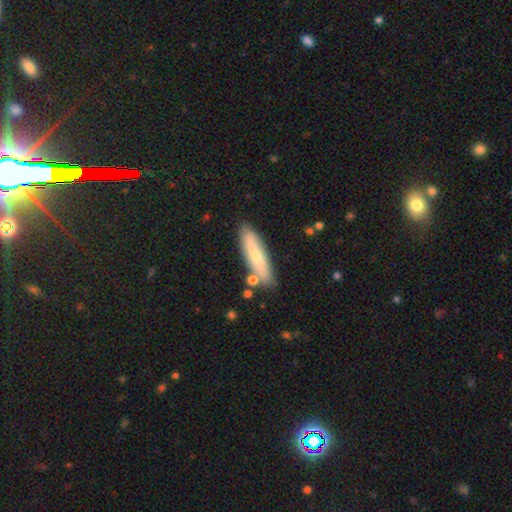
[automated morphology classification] Smooth or featured?
  - smooth: 61% *
  - featured or disk: 33%
  - star or artifact: 7%
How rounded?
  - cigar-shaped: 77% *
  - in between: 21%
  - round: 2%
Merging?
  - none: 82% *
  - minor disturbance: 11%
  - merger: 4%
  - major disturbance: 2%